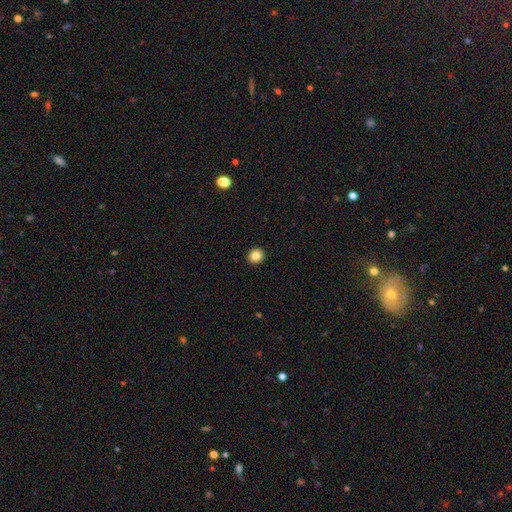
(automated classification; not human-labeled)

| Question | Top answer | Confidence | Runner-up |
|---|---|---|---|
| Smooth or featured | smooth | 84% | star or artifact (10%) |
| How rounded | round | 84% | in between (15%) |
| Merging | none | 93% | minor disturbance (5%) |